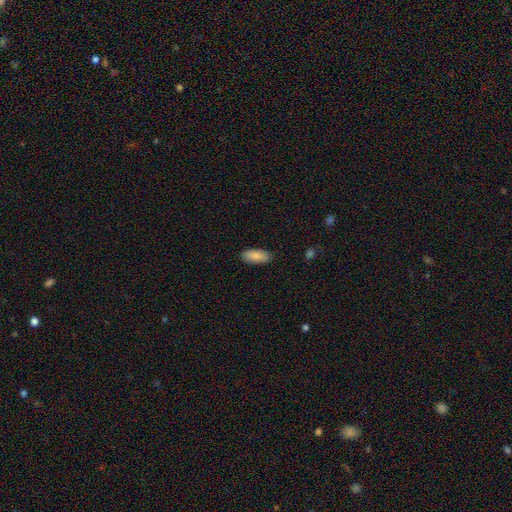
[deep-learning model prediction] smooth 87%, featured or disk 7%, star or artifact 6%. Down the decision tree: how rounded — in between (85%); merging — none (86%).